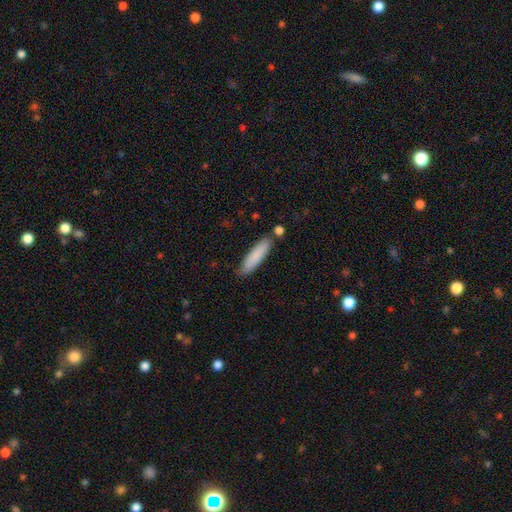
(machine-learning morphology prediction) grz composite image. It shows a smooth galaxy with no disk features (84%) that is cigar-shaped (74%). Merging: none (80%).